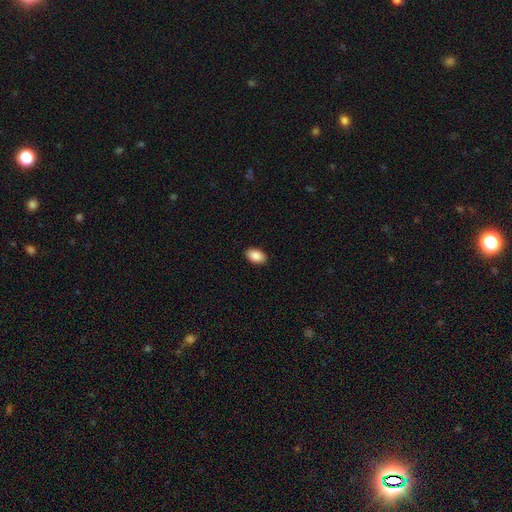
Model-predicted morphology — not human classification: Overall: smooth (90%). How rounded: in between (92%). Merging: none (90%).